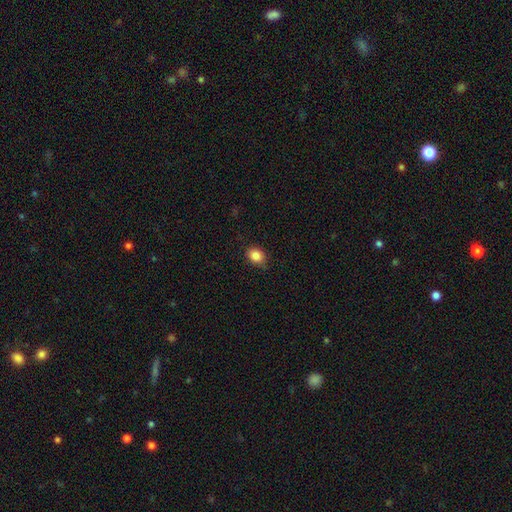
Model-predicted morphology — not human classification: The model was most divided on "how rounded": in between: 52%, round: 47%, cigar-shaped: 1%. More confident: smooth or featured — smooth (85%); merging — none (83%).